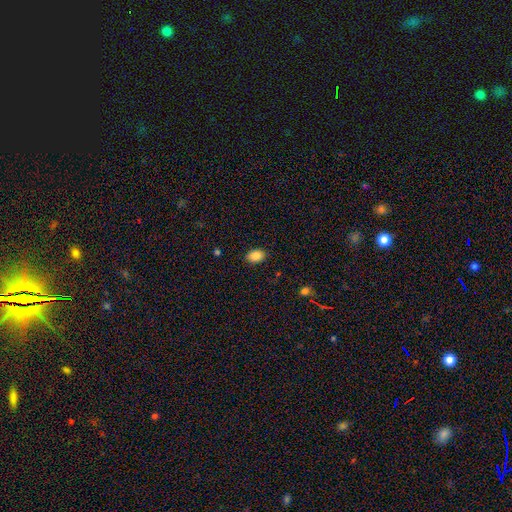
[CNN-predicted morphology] The model was most divided on "how rounded": in between: 79%, round: 20%, cigar-shaped: 1%. More confident: merging — none (88%); smooth or featured — smooth (86%).